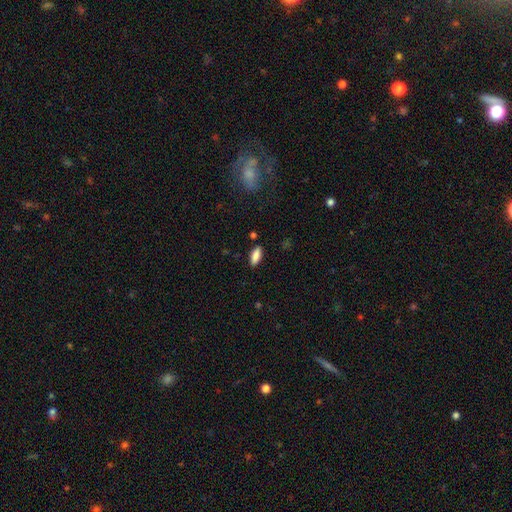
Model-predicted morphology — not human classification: This is clearly a smooth galaxy (87%). How rounded: likely in between (78%). Merging: clearly none (86%).